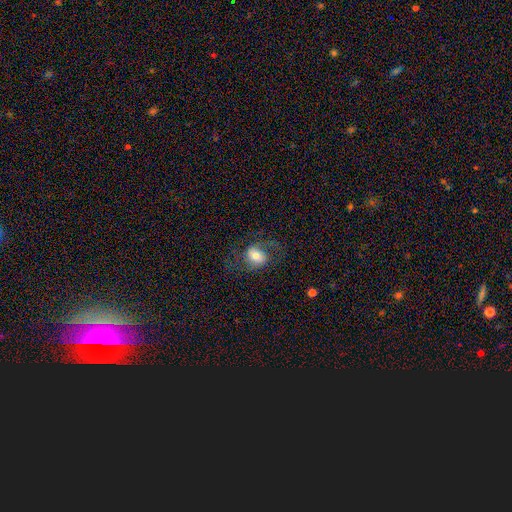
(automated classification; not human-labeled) A smooth galaxy with no disk features (47%). Merging: none (65%).